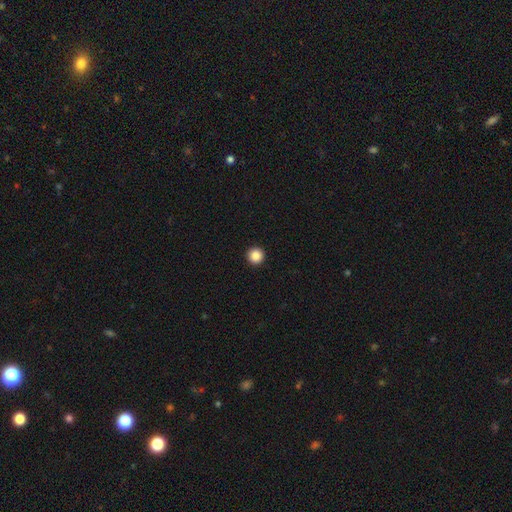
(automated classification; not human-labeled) Smooth or featured? smooth (87%)
How rounded? round (96%)
Merging? none (94%)